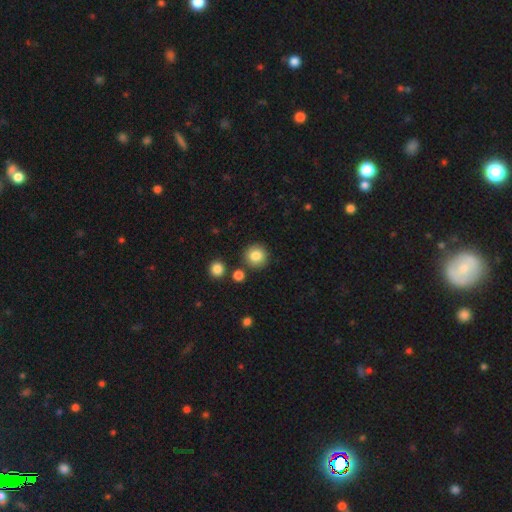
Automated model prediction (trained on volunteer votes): smooth-or-featured: smooth: 83% | star or artifact: 9% | featured or disk: 7%
  how-rounded: round: 93% | in between: 6% | cigar-shaped: 1%
  merging: none: 86% | minor disturbance: 7% | merger: 5% | major disturbance: 2%